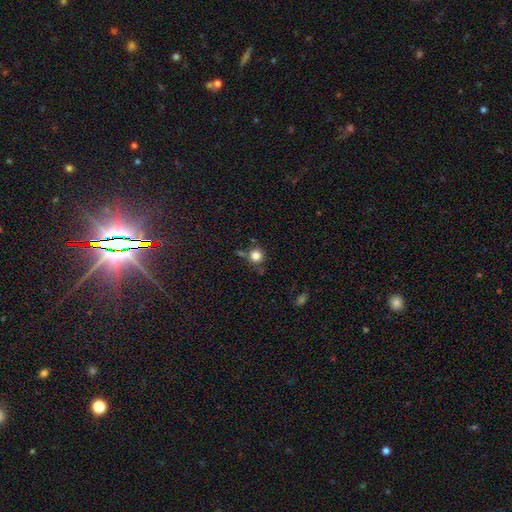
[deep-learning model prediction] Q: Smooth or featured?
A: smooth (81%); runner-up: star or artifact (12%)
Q: How rounded?
A: round (93%); runner-up: in between (6%)
Q: Merging?
A: none (72%); runner-up: minor disturbance (12%)